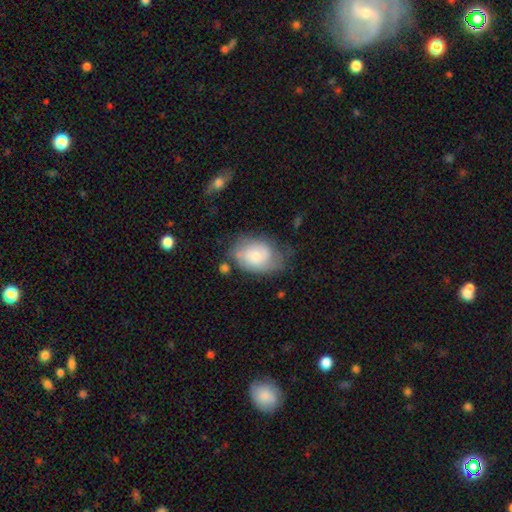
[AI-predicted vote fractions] This appears to be a smooth galaxy with no disk features (47%). Merging: none (52%).